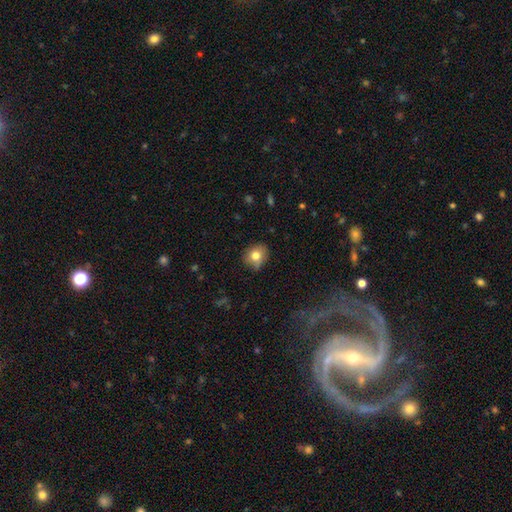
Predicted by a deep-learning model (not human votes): smooth-or-featured: smooth: 76% | featured or disk: 13% | star or artifact: 10%
  how-rounded: round: 71% | in between: 28% | cigar-shaped: 1%
  merging: none: 71% | minor disturbance: 22% | major disturbance: 4% | merger: 2%